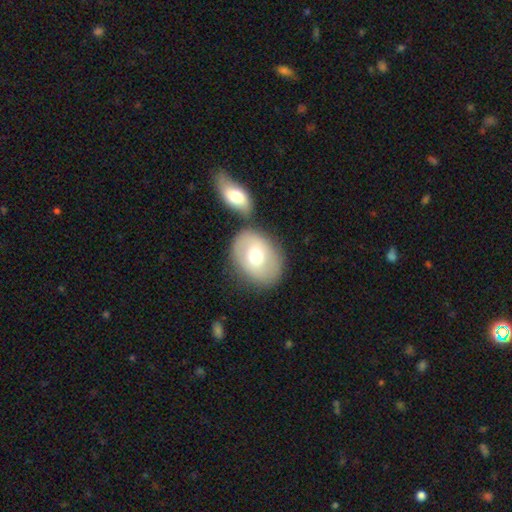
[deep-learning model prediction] Morphology: type=smooth (65%); roundness=in between (66%); merging=none (60%).